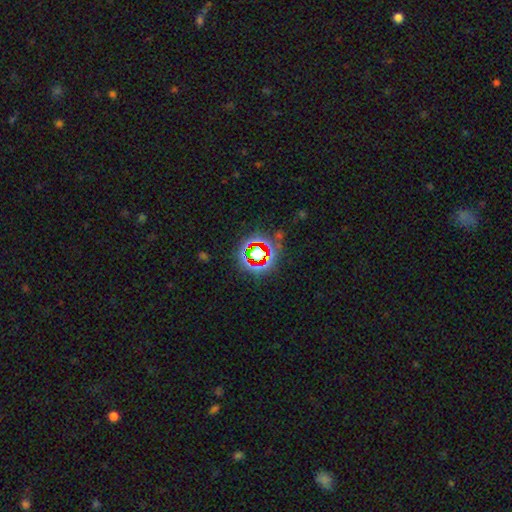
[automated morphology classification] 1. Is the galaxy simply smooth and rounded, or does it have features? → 70% star or artifact, 19% smooth, 12% featured or disk.